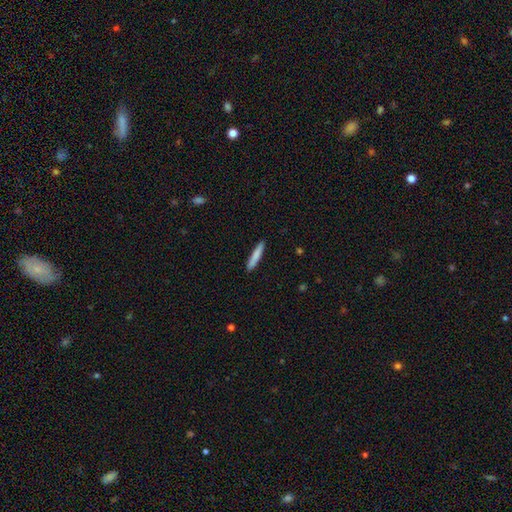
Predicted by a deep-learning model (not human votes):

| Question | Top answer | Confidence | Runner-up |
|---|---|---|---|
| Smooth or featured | smooth | 80% | featured or disk (14%) |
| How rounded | cigar-shaped | 93% | in between (6%) |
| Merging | none | 90% | minor disturbance (8%) |